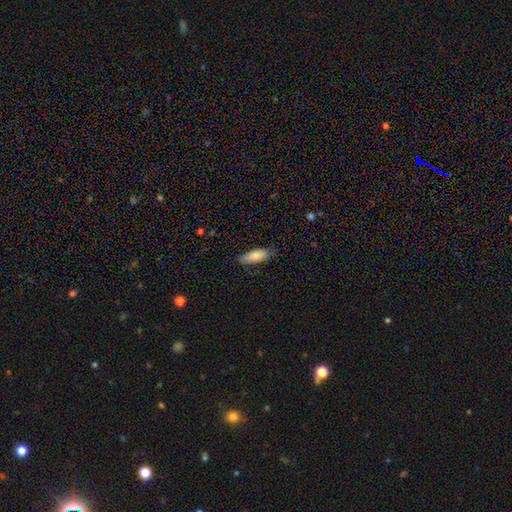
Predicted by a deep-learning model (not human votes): Smooth or featured? smooth (84%)
How rounded? in between (63%)
Merging? none (82%)